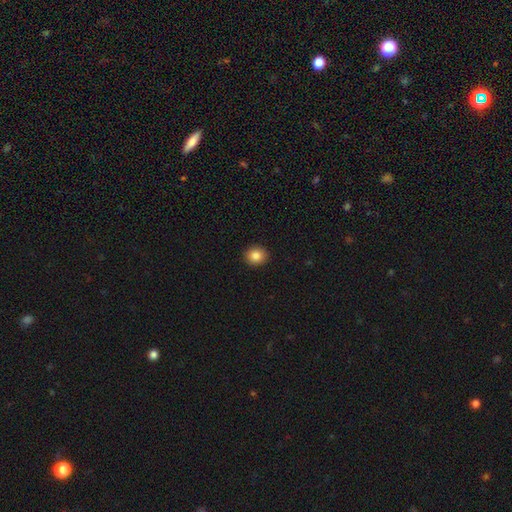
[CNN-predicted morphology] smooth_or_featured: smooth (p=0.85) [alt: star or artifact p=0.10]
how_rounded: round (p=0.74) [alt: in between p=0.25]
merging: none (p=0.91) [alt: minor disturbance p=0.06]